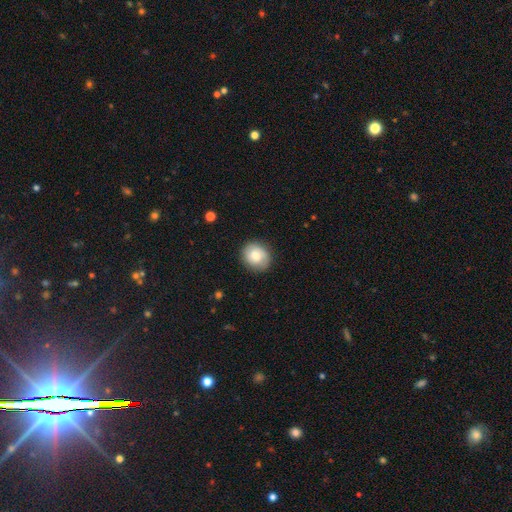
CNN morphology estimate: A smooth galaxy with no disk features (73%) that is round (78%).

Vote fractions:
- Smooth or featured? smooth: 73% / featured or disk: 19% / star or artifact: 8%
- How rounded? round: 78% / in between: 21% / cigar-shaped: 1%
- Merging? none: 86% / minor disturbance: 11% / major disturbance: 3% / merger: 1%